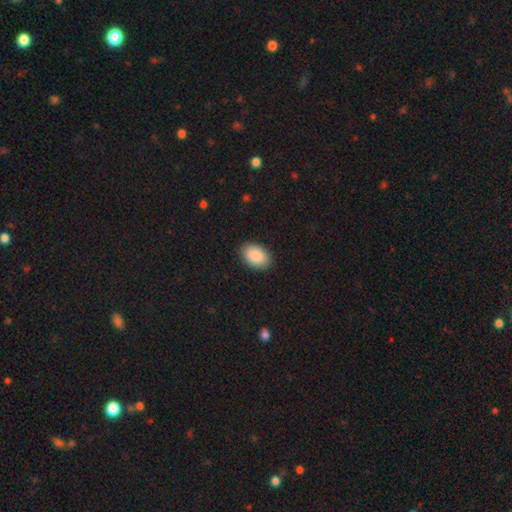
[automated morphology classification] smooth_or_featured: smooth (p=0.89) [alt: star or artifact p=0.06]
how_rounded: in between (p=0.89) [alt: round p=0.10]
merging: none (p=0.89) [alt: minor disturbance p=0.08]